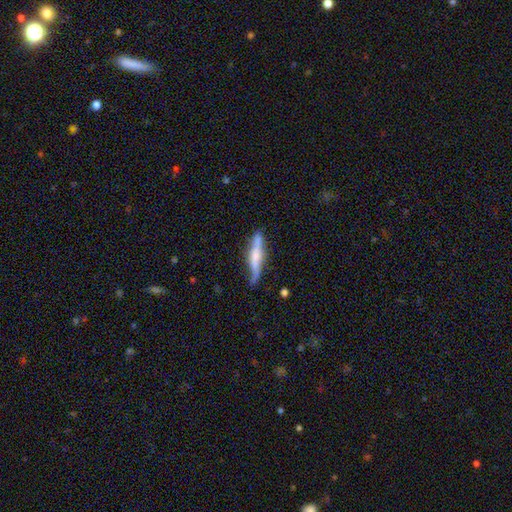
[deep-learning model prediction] This appears to be a smooth galaxy with no disk features (49%). Merging: none (62%).